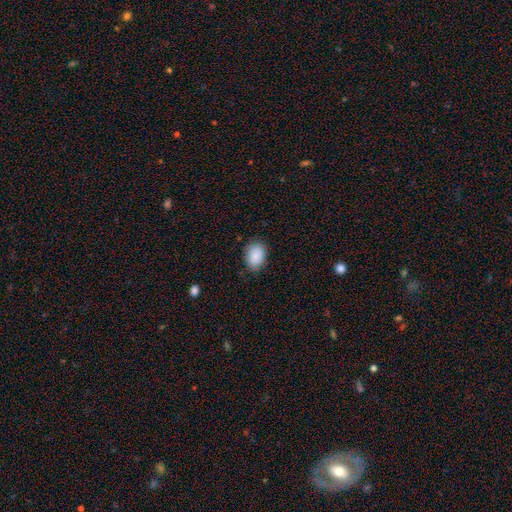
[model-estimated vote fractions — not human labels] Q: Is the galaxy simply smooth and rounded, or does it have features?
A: smooth — 89%.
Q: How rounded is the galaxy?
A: in between — 75%.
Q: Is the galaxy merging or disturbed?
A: none — 82%.